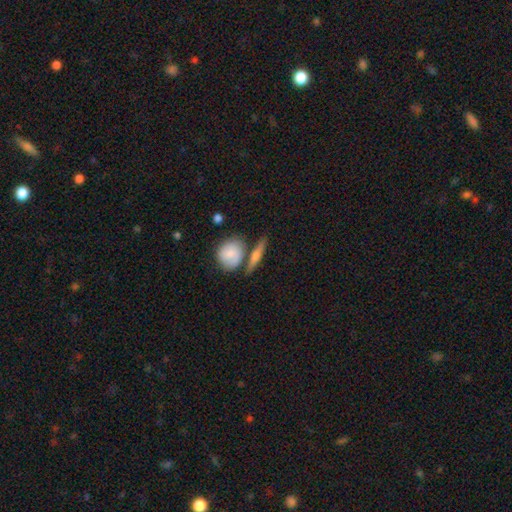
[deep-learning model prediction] Overall: smooth (53%; featured or disk 40%). How rounded: cigar-shaped (51%; in between 28%). Merging: none (67%).